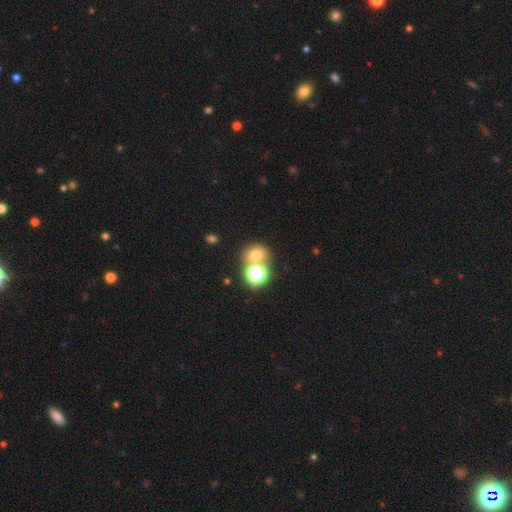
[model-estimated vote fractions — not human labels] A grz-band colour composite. It shows a smooth galaxy with no disk features (67%) that is round (73%). Merging: none (57%).